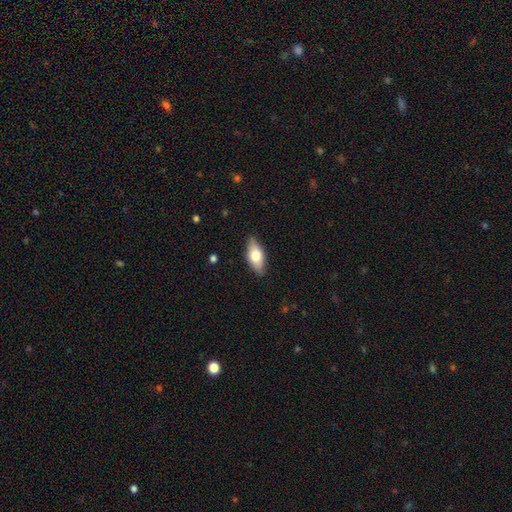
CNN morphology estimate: smooth 69%, featured or disk 25%, star or artifact 6%. Down the decision tree: how rounded — in between (84%); merging — none (87%).